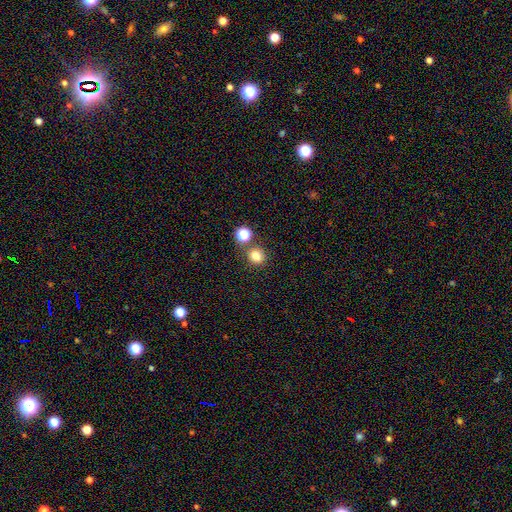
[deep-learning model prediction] This is likely a smooth galaxy (79%). How rounded: likely round (71%). Merging: likely none (71%).